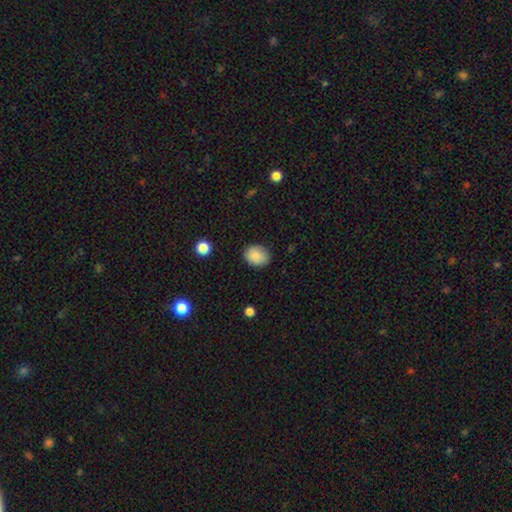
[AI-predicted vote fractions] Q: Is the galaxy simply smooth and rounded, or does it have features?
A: smooth — 86%.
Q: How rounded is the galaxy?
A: in between — 51%.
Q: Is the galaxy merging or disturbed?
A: none — 85%.